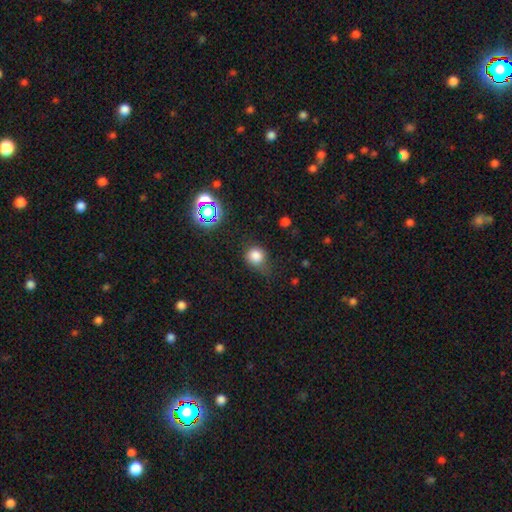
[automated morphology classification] This is likely a smooth galaxy (79%). How rounded: clearly round (83%). Merging: possibly none (54%).